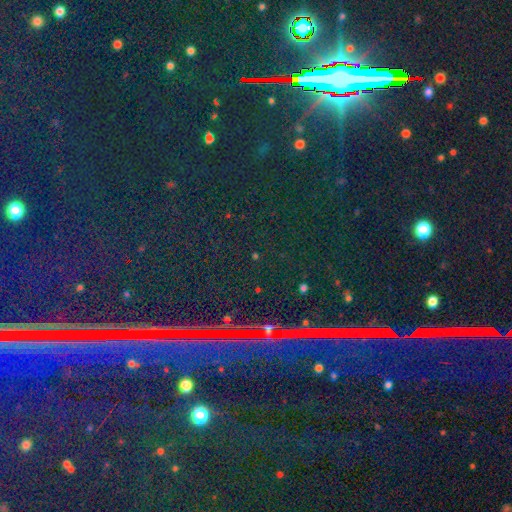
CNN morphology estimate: A star or artifact, not a galaxy (84%).

Vote fractions:
- Smooth or featured? star or artifact: 84% / smooth: 9% / featured or disk: 7%